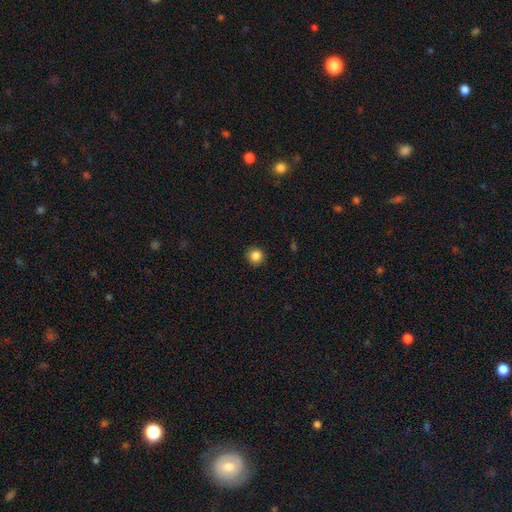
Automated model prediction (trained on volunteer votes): A smooth galaxy with no disk features (86%) that is round (94%). Merging: none (91%).